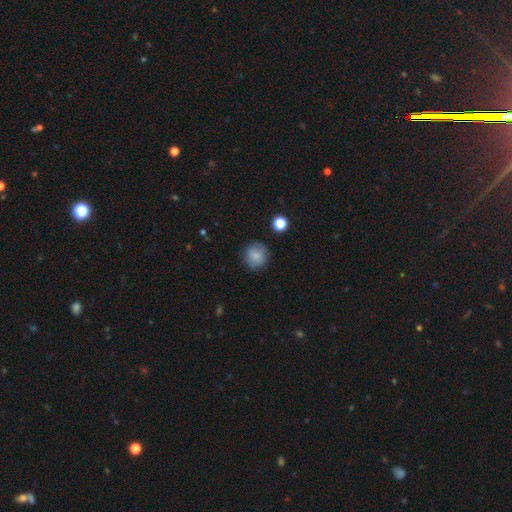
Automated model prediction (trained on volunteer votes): A smooth galaxy with no disk features (80%) that is round (90%).

Vote fractions:
- Smooth or featured? smooth: 80% / featured or disk: 11% / star or artifact: 9%
- How rounded? round: 90% / in between: 9% / cigar-shaped: 1%
- Merging? none: 84% / minor disturbance: 11% / major disturbance: 3% / merger: 2%